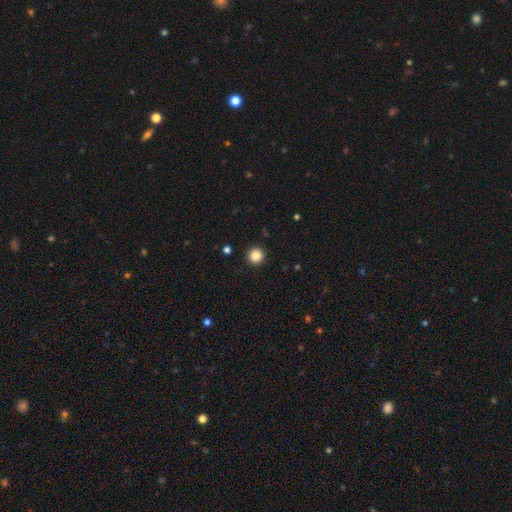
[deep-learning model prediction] Smooth or featured?
  - smooth: 86% *
  - star or artifact: 10%
  - featured or disk: 4%
How rounded?
  - round: 96% *
  - in between: 3%
  - cigar-shaped: 1%
Merging?
  - none: 94% *
  - minor disturbance: 4%
  - major disturbance: 1%
  - merger: 1%